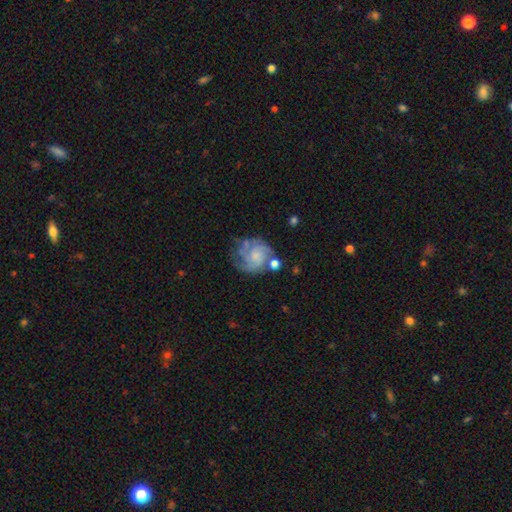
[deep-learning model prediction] smooth_or_featured: featured or disk (p=0.77) [alt: smooth p=0.16]
disk_edge_on: no (p=0.98) [alt: yes p=0.02]
bar: no (p=0.73) [alt: weak p=0.24]
has_spiral_arms: yes (p=0.93) [alt: no p=0.07]
spiral_winding: tight (p=0.53) [alt: medium p=0.36]
spiral_arm_count: can't tell (p=0.28) [alt: 3 p=0.27]
bulge_size: small (p=0.45) [alt: none p=0.28]
merging: none (p=0.54) [alt: minor disturbance p=0.22]